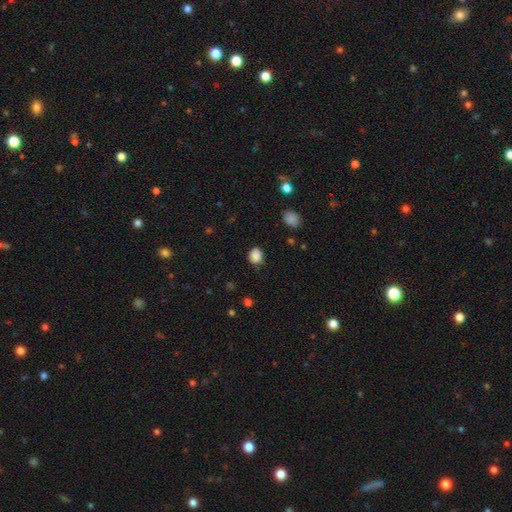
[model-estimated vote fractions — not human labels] A smooth galaxy with no disk features (86%) that is round (72%).

Vote fractions:
- Smooth or featured? smooth: 86% / star or artifact: 10% / featured or disk: 4%
- How rounded? round: 72% / in between: 27% / cigar-shaped: 1%
- Merging? none: 79% / minor disturbance: 16% / major disturbance: 4% / merger: 2%